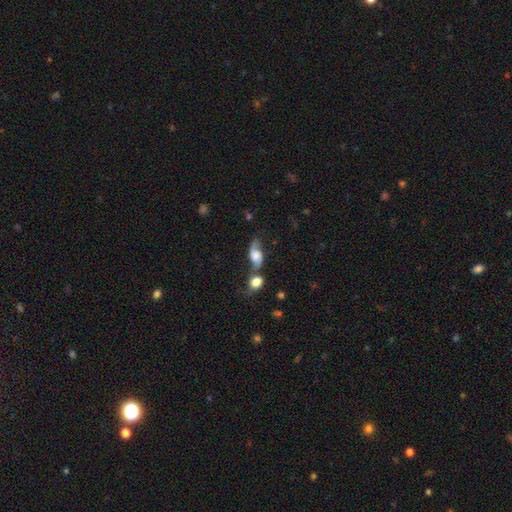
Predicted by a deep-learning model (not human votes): A featured or disk galaxy (45%, tied with smooth).

Vote fractions:
- Smooth or featured? featured or disk: 45% (tied) / smooth: 45% (tied) / star or artifact: 9%
- Merging? none: 39% / merger: 32% / minor disturbance: 18% / major disturbance: 11%